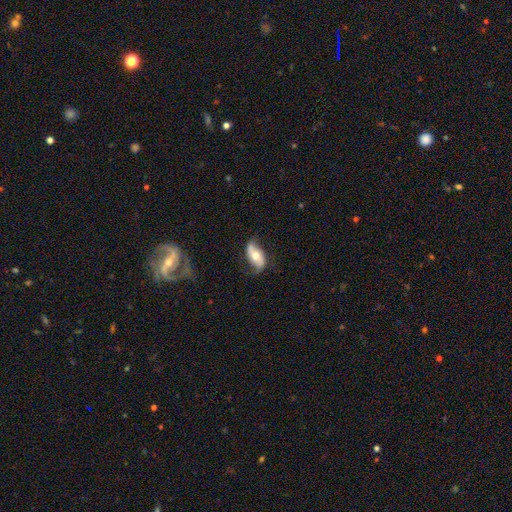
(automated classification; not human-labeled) Smooth or featured? Predicted: featured or disk (p=0.61). Edge-on disk? Predicted: no (p=0.90). Bar? Predicted: no (p=0.64). Spiral arms? Predicted: yes (p=0.82). Bulge size? Predicted: moderate (p=0.73). Merging? Predicted: none (p=0.67).